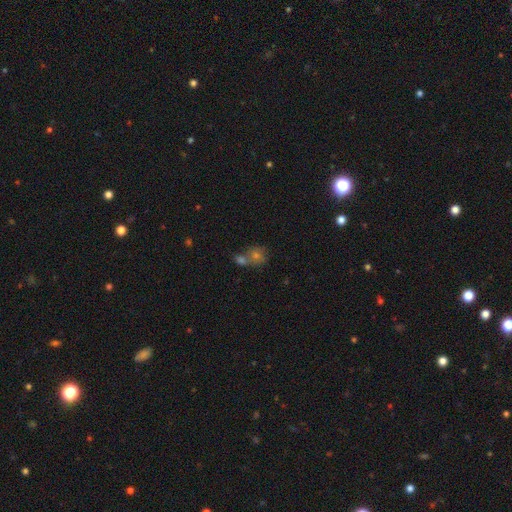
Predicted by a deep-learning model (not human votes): A smooth galaxy with no disk features (55%) that is round (79%).

Vote fractions:
- Smooth or featured? smooth: 55% / star or artifact: 26% / featured or disk: 19%
- How rounded? round: 79% / in between: 19% / cigar-shaped: 2%
- Merging? none: 49% / merger: 38% / minor disturbance: 9% / major disturbance: 4%